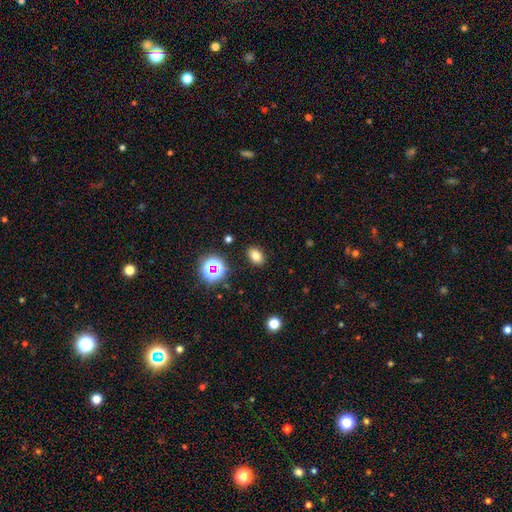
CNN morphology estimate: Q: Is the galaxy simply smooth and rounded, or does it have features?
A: smooth — 76%.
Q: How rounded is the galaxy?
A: in between — 74%.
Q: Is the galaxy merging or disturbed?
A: none — 88%.